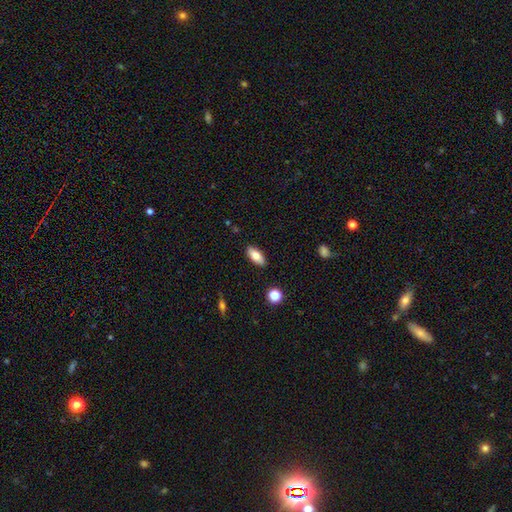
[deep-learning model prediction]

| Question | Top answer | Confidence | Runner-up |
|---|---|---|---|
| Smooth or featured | smooth | 77% | featured or disk (15%) |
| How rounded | in between | 86% | cigar-shaped (12%) |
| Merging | none | 89% | minor disturbance (8%) |